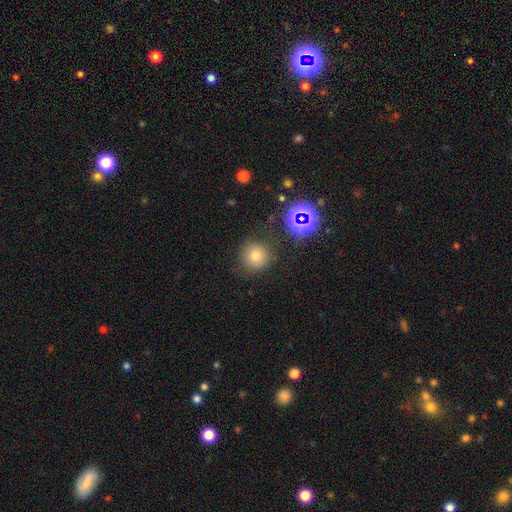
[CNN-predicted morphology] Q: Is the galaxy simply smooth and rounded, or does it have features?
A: smooth — 72%.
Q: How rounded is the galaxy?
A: round — 93%.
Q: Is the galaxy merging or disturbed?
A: none — 82%.